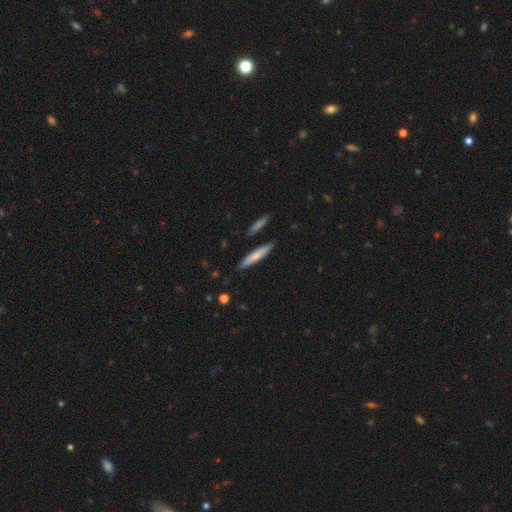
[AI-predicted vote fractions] Morphology: type=smooth (67%); roundness=cigar-shaped (88%); merging=none (84%).